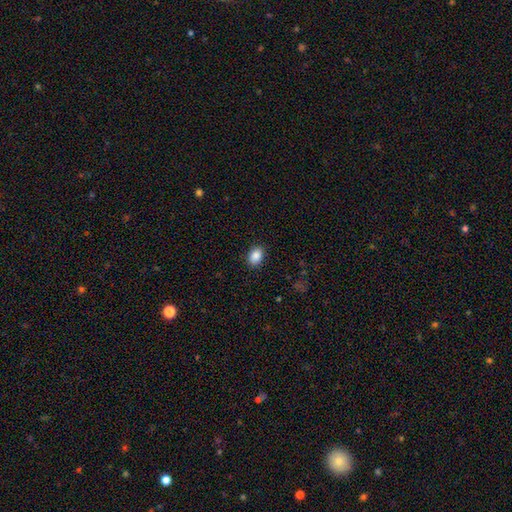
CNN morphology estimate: smooth_or_featured: smooth (p=0.88) [alt: star or artifact p=0.08]
how_rounded: in between (p=0.80) [alt: round p=0.19]
merging: none (p=0.88) [alt: minor disturbance p=0.09]